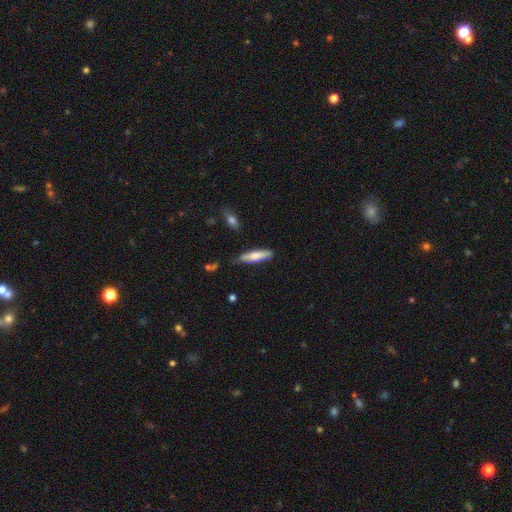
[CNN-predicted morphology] smooth-or-featured: smooth: 66% | featured or disk: 28% | star or artifact: 6%
  how-rounded: cigar-shaped: 72% | in between: 26% | round: 2%
  merging: none: 72% | minor disturbance: 21% | major disturbance: 4% | merger: 2%